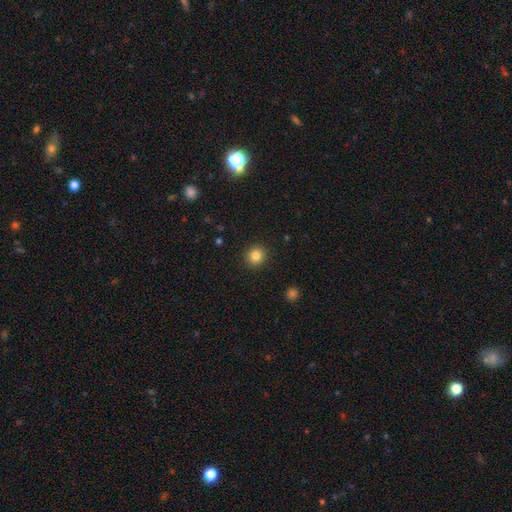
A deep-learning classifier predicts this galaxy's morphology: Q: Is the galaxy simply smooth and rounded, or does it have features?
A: smooth — 83%.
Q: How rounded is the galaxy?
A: round — 89%.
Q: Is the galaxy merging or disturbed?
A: none — 92%.